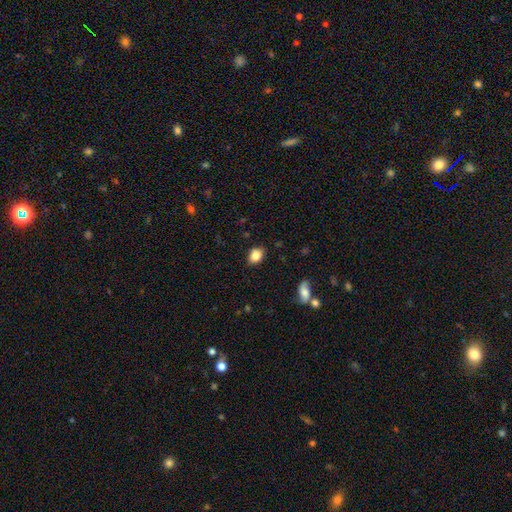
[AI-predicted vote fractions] This is clearly a smooth galaxy (84%). How rounded: likely in between (68%). Merging: clearly none (84%).